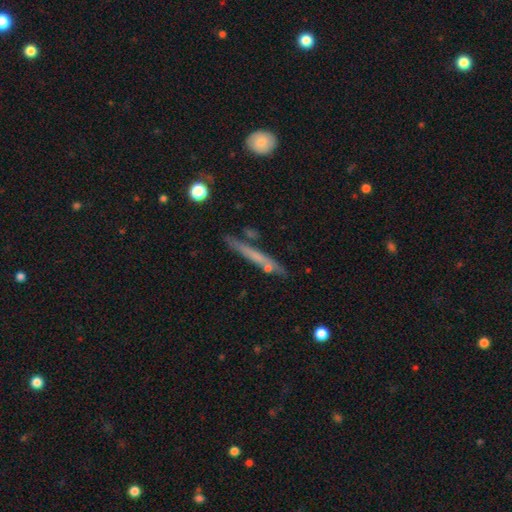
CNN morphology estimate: Smooth or featured: featured or disk — 47% (smooth — 46%)
Merging: none — 77% (minor disturbance — 14%)